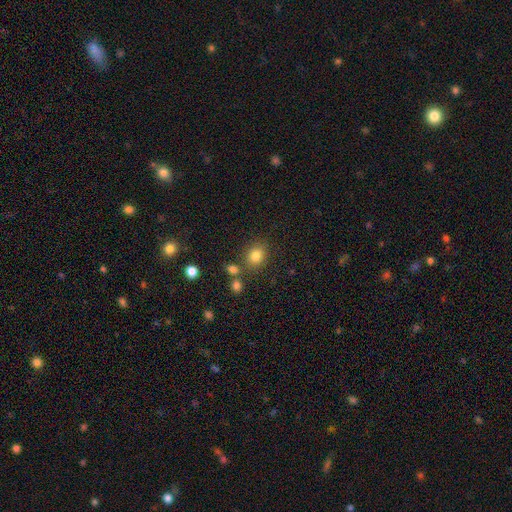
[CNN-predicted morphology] This appears to be a smooth galaxy with no disk features (81%) that is round (66%). Merging: none (76%).